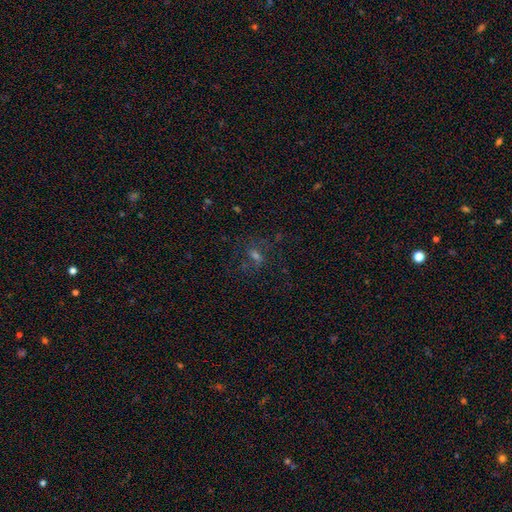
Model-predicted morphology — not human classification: This is marginally a star or artifact rather than a galaxy (36%).